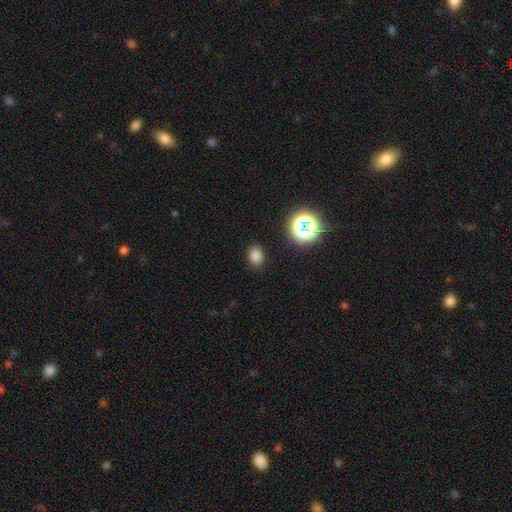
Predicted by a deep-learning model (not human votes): smooth-or-featured: smooth: 78% | star or artifact: 17% | featured or disk: 5%
  how-rounded: in between: 64% | round: 35% | cigar-shaped: 1%
  merging: none: 87% | minor disturbance: 9% | major disturbance: 3% | merger: 1%